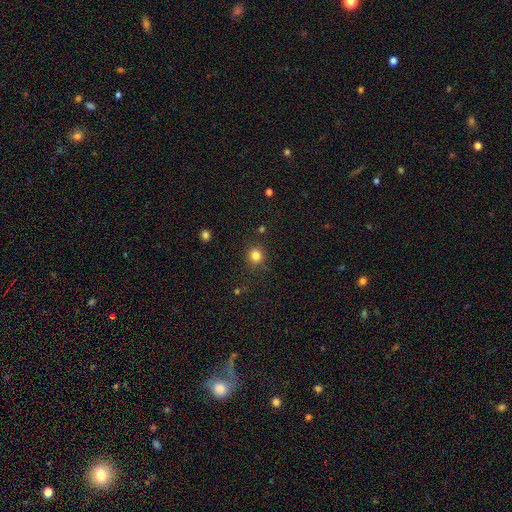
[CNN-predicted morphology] smooth-or-featured: smooth: 82% | star or artifact: 13% | featured or disk: 4%
  how-rounded: round: 89% | in between: 10% | cigar-shaped: 1%
  merging: none: 86% | minor disturbance: 9% | major disturbance: 3% | merger: 2%